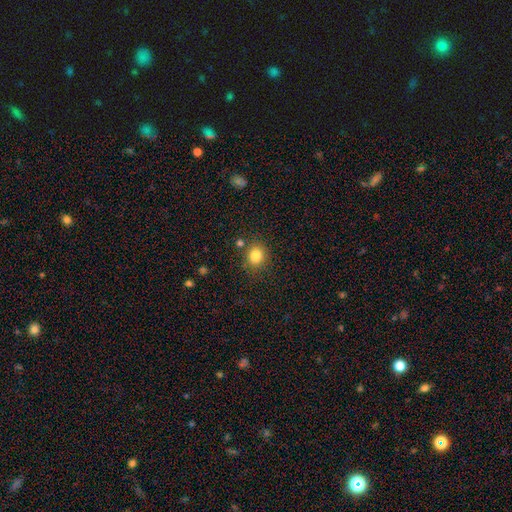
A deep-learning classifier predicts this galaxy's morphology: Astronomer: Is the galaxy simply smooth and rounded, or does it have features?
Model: smooth — 83%.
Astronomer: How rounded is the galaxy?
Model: round — 77%.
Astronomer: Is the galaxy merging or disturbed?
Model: none — 80%.